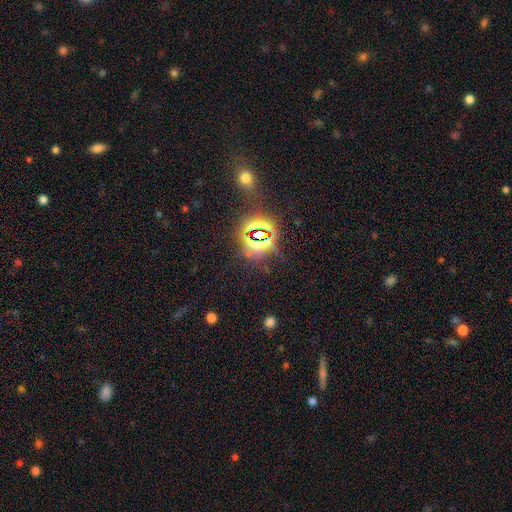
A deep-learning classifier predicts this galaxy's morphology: Smooth or featured: star or artifact — 79% (smooth — 13%)